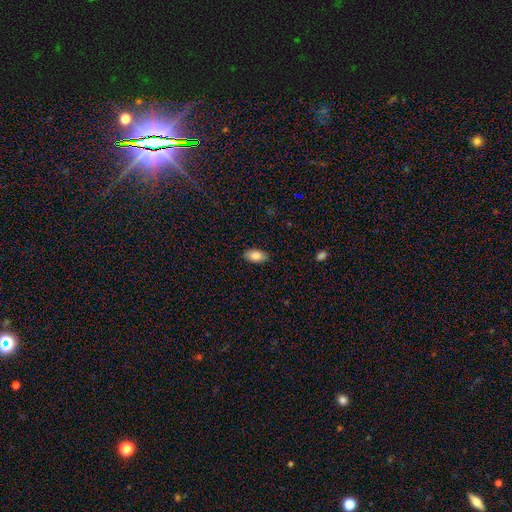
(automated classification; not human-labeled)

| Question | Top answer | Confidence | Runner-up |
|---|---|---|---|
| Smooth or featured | smooth | 85% | featured or disk (8%) |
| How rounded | in between | 93% | round (4%) |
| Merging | none | 87% | minor disturbance (10%) |